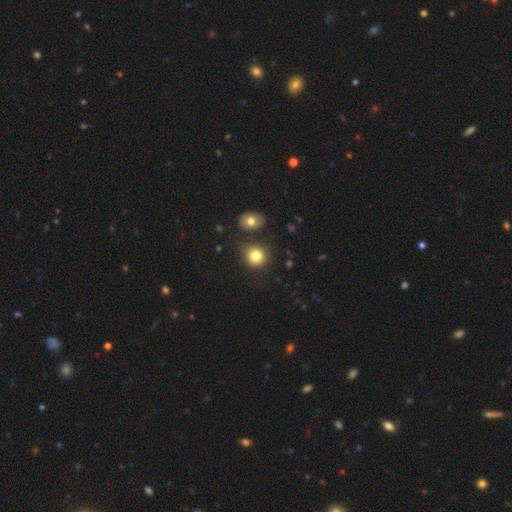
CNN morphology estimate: Smooth or featured?
  - smooth: 81% *
  - star or artifact: 11%
  - featured or disk: 8%
How rounded?
  - round: 84% *
  - in between: 15%
  - cigar-shaped: 1%
Merging?
  - none: 76% *
  - minor disturbance: 12%
  - merger: 8%
  - major disturbance: 4%